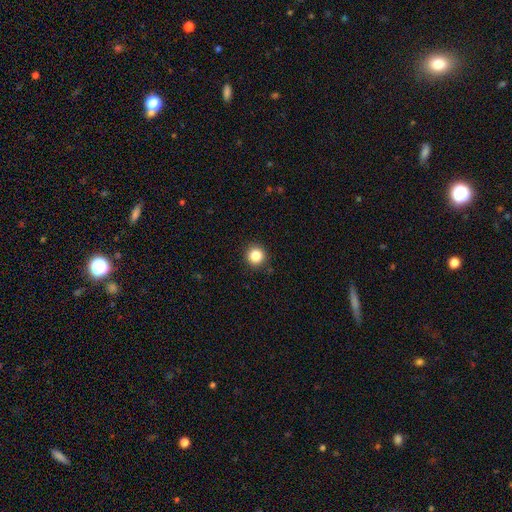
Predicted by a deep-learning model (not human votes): A smooth galaxy with no disk features (85%) that is round (95%). Merging: none (91%).